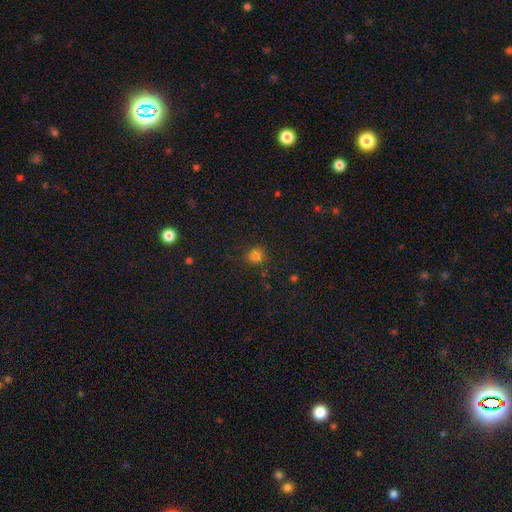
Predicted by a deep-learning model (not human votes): Smooth or featured? smooth (80%)
How rounded? round (86%)
Merging? none (85%)